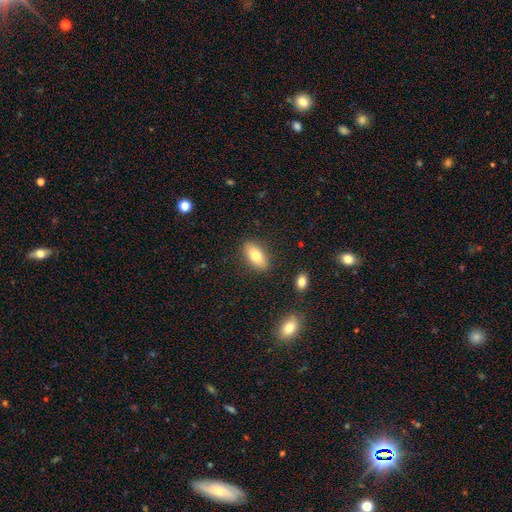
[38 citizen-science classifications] smooth 74%, featured or disk 18%, star or artifact 8%. Down the decision tree: how rounded — in between (86%); merging — none (94%).